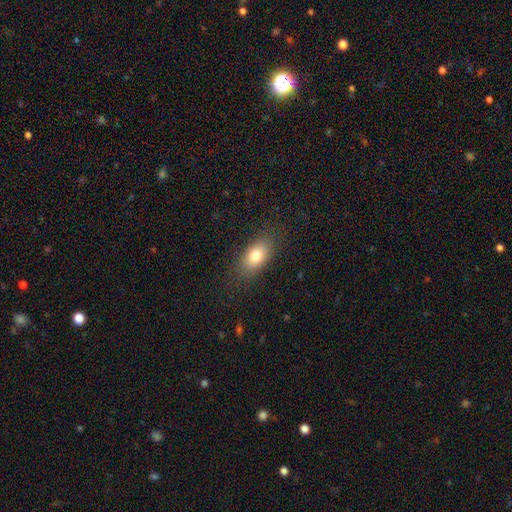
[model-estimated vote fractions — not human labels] Smooth or featured? smooth (78%)
How rounded? in between (86%)
Merging? none (84%)